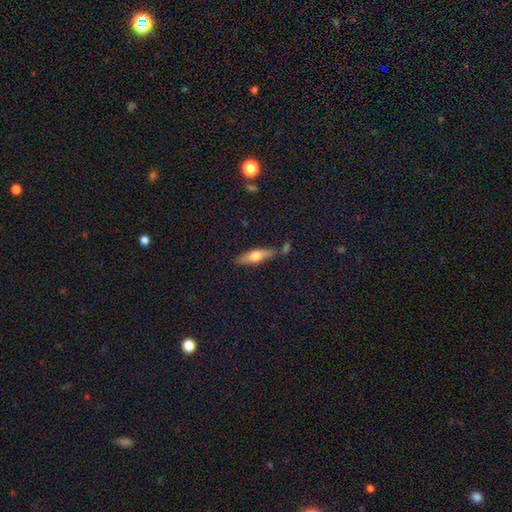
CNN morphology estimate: Overall: smooth (54%; featured or disk 38%). How rounded: cigar-shaped (64%; in between 33%). Merging: none (77%).